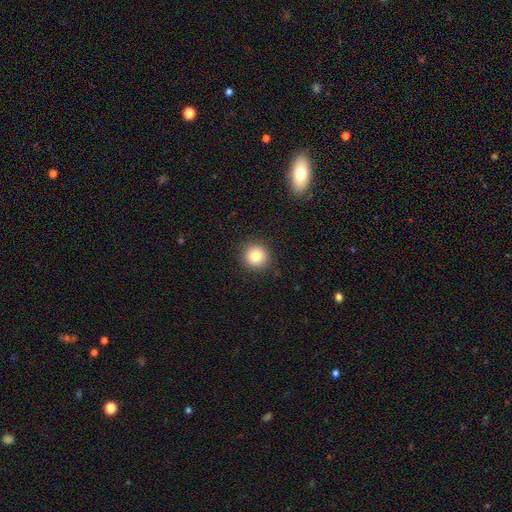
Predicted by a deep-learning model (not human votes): Smooth or featured?
  - smooth: 82% *
  - star or artifact: 10%
  - featured or disk: 7%
How rounded?
  - round: 93% *
  - in between: 6%
  - cigar-shaped: 1%
Merging?
  - none: 90% *
  - minor disturbance: 7%
  - major disturbance: 2%
  - merger: 1%